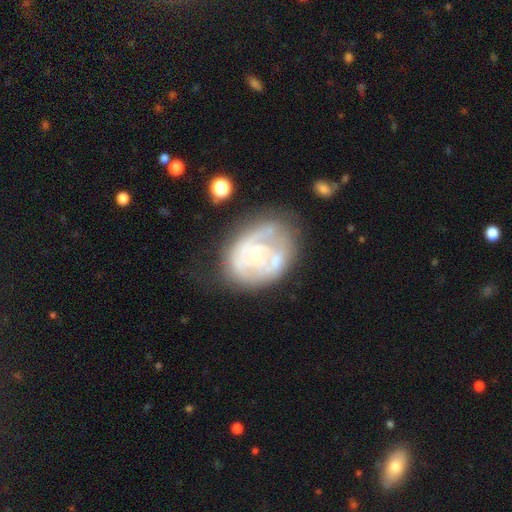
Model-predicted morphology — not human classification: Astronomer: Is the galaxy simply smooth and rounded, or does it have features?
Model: featured or disk — 74%.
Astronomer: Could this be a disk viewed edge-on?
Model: no — 97%.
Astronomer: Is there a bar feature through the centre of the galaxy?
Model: no — 74%.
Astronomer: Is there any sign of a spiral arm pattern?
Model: yes — 73%.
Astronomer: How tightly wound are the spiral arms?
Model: tight — 56% (runner-up: medium, 31%).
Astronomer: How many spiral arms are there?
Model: can't tell — 37% (runner-up: 2, 29%).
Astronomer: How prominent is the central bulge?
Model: small — 59%.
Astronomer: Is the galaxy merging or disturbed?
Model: none — 50%.